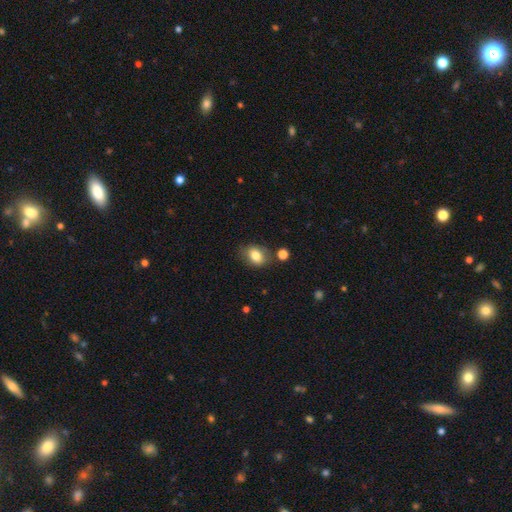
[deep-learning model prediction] smooth 80%, featured or disk 11%, star or artifact 9%. Down the decision tree: how rounded — in between (74%); merging — none (70%).